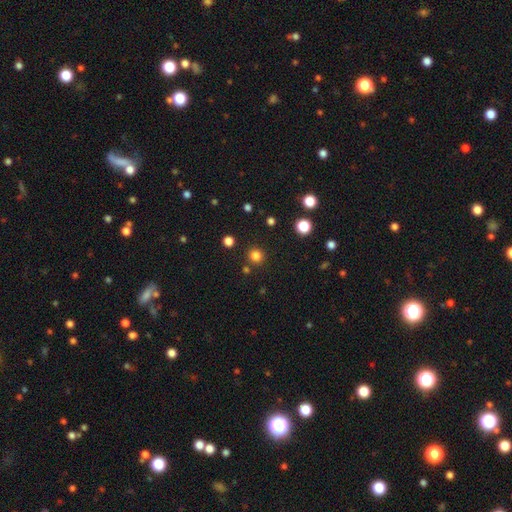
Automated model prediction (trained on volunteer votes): Smooth or featured?
  - smooth: 81% *
  - star or artifact: 15%
  - featured or disk: 4%
How rounded?
  - round: 93% *
  - in between: 6%
  - cigar-shaped: 1%
Merging?
  - none: 88% *
  - minor disturbance: 6%
  - merger: 4%
  - major disturbance: 2%